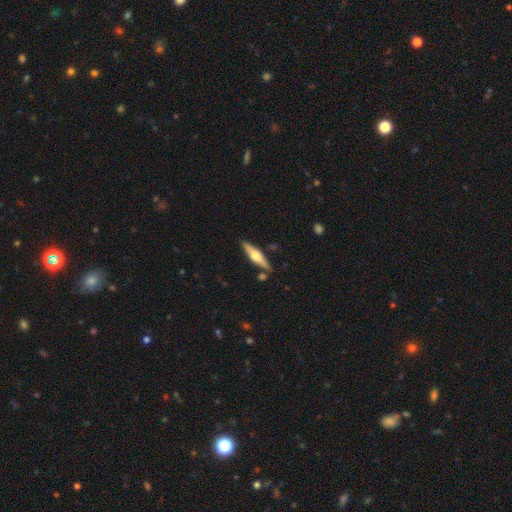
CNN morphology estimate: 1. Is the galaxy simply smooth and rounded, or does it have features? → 63% featured or disk, 31% smooth, 5% star or artifact.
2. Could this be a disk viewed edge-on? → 96% yes, 4% no.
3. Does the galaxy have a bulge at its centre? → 92% rounded, 5% boxy, 2% none.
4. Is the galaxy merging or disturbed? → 84% none, 10% minor disturbance, 4% merger, 2% major disturbance.